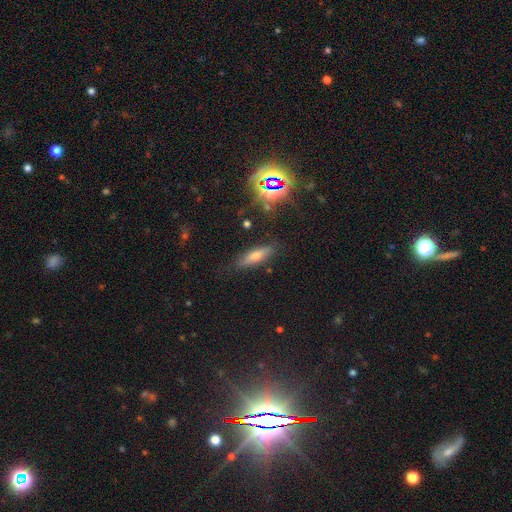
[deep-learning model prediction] The model was most divided on "how rounded": cigar-shaped: 57%, in between: 39%, round: 4%. More confident: merging — none (83%); smooth or featured — smooth (52%).